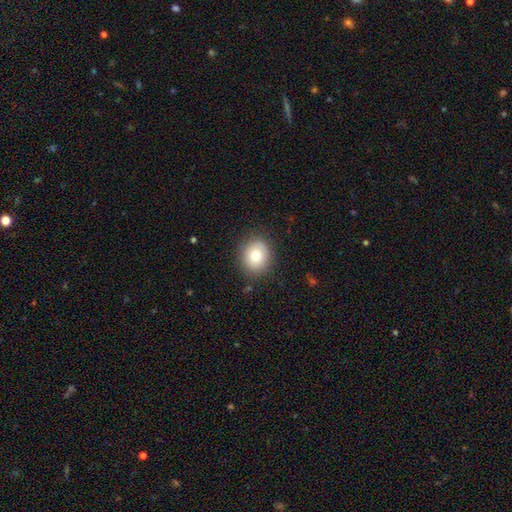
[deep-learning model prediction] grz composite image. It shows a smooth galaxy with no disk features (79%) that is round (67%). Merging: none (87%).